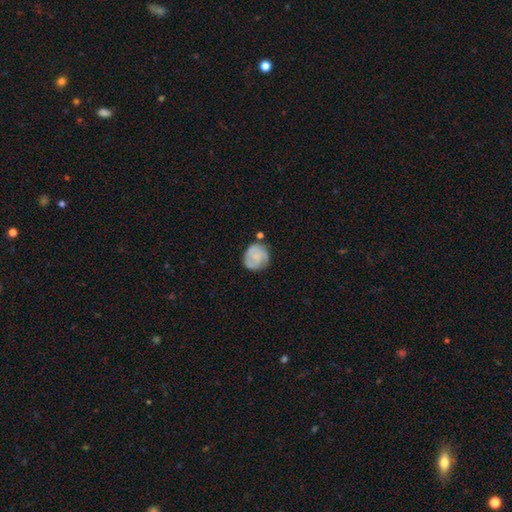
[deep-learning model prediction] Smooth or featured? Predicted: smooth (p=0.58). How rounded? Predicted: round (p=0.84). Merging? Predicted: none (p=0.66).